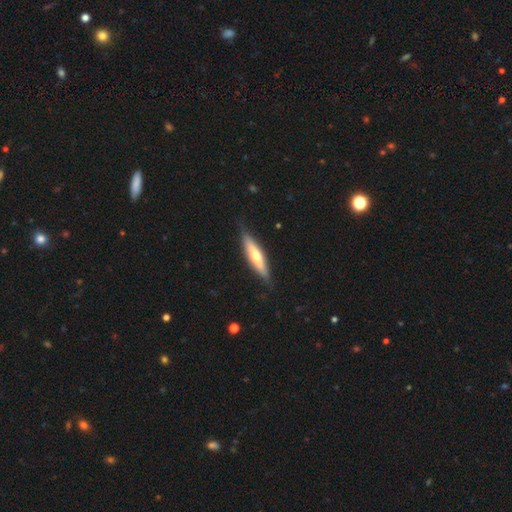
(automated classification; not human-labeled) Q: Smooth or featured?
A: smooth (48%); runner-up: featured or disk (47%)
Q: Merging?
A: none (84%); runner-up: minor disturbance (12%)